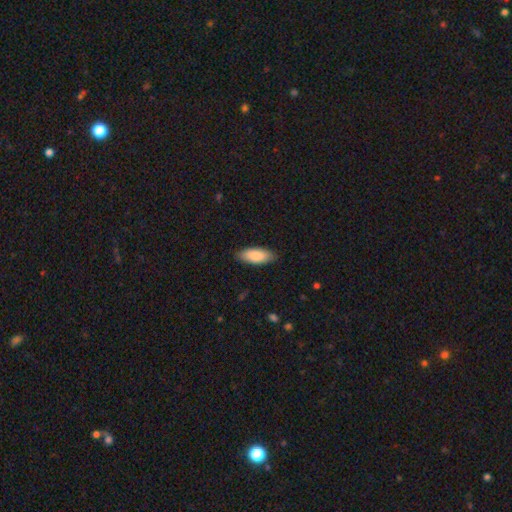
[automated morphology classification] A smooth galaxy with no disk features (88%) that is in between round and cigar-shaped (83%).

Vote fractions:
- Smooth or featured? smooth: 88% / featured or disk: 7% / star or artifact: 5%
- How rounded? in between: 83% / cigar-shaped: 16% / round: 2%
- Merging? none: 87% / minor disturbance: 10% / major disturbance: 2% / merger: 1%